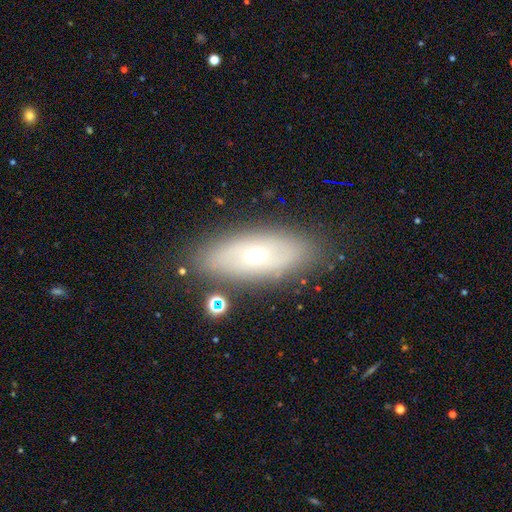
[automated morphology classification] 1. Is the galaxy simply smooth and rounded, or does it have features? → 49% smooth, 41% featured or disk, 10% star or artifact.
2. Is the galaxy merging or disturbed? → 82% none, 11% minor disturbance, 4% major disturbance, 3% merger.